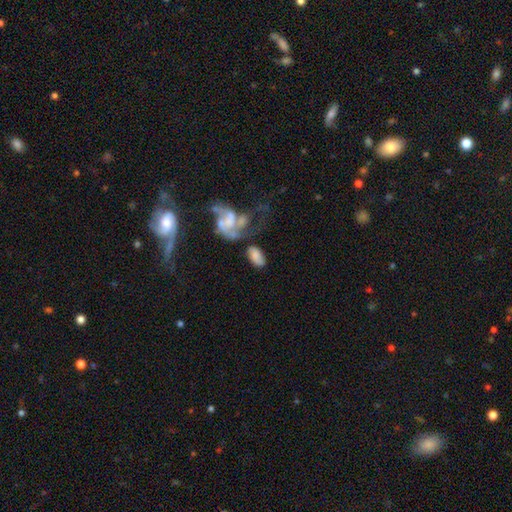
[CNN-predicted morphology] A smooth galaxy with no disk features (71%) that is in between round and cigar-shaped (92%). Merging: none (40%).